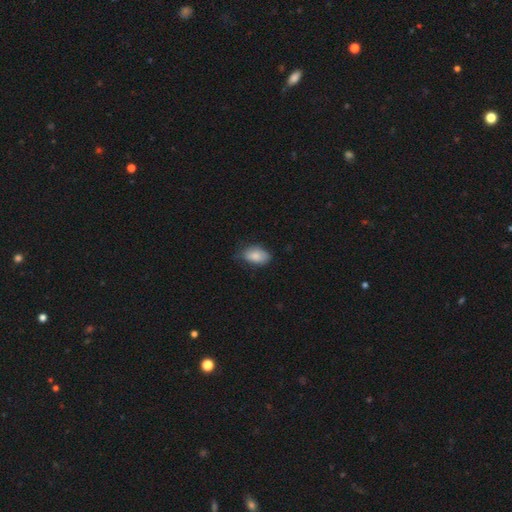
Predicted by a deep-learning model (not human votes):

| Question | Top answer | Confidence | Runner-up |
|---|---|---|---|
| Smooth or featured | smooth | 85% | featured or disk (8%) |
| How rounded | in between | 91% | round (7%) |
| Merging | none | 63% | minor disturbance (30%) |